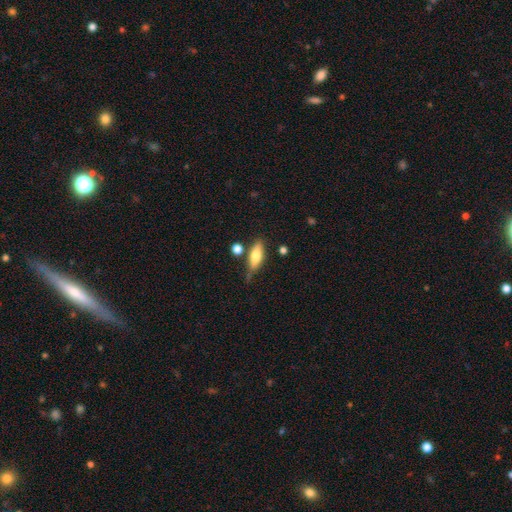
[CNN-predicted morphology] Smooth or featured: smooth — 69% (featured or disk — 24%)
How rounded: in between — 62% (cigar-shaped — 34%)
Merging: none — 69% (minor disturbance — 18%)